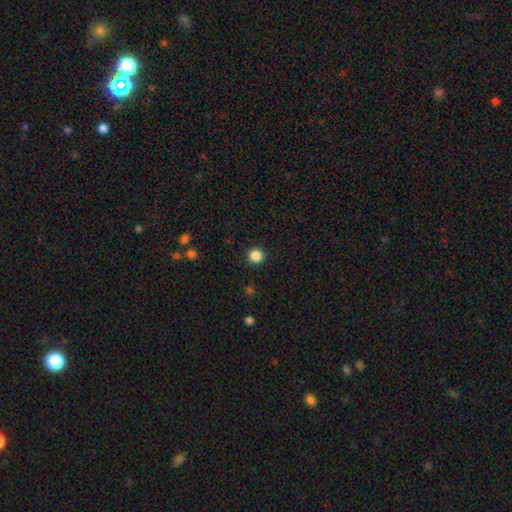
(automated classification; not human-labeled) Smooth or featured: smooth — 86% (star or artifact — 11%)
How rounded: round — 92% (in between — 7%)
Merging: none — 92% (minor disturbance — 5%)